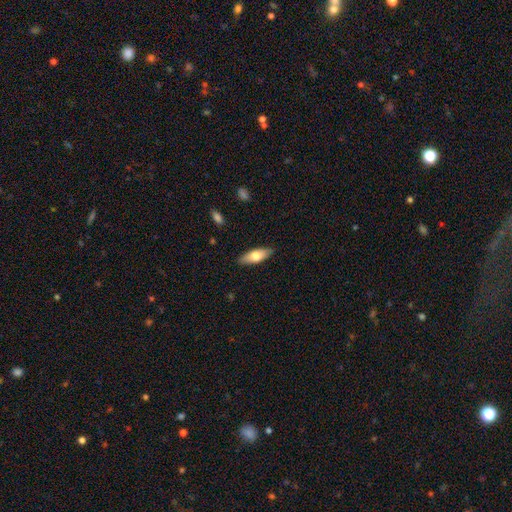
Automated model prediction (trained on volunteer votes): Overall: smooth (67%; featured or disk 27%). How rounded: in between (70%). Merging: none (87%).